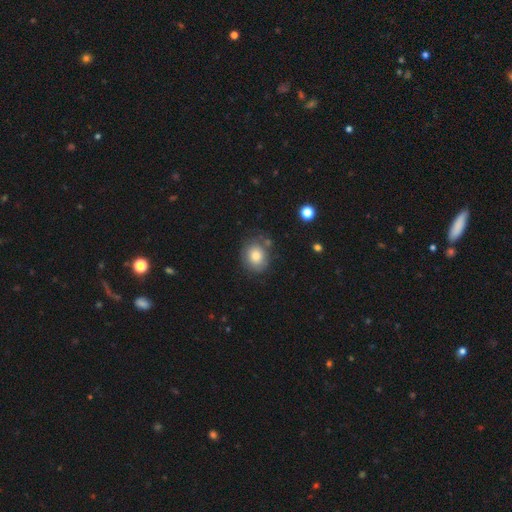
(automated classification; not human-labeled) Smooth or featured? Predicted: smooth (p=0.79). How rounded? Predicted: round (p=0.62). Merging? Predicted: none (p=0.71).